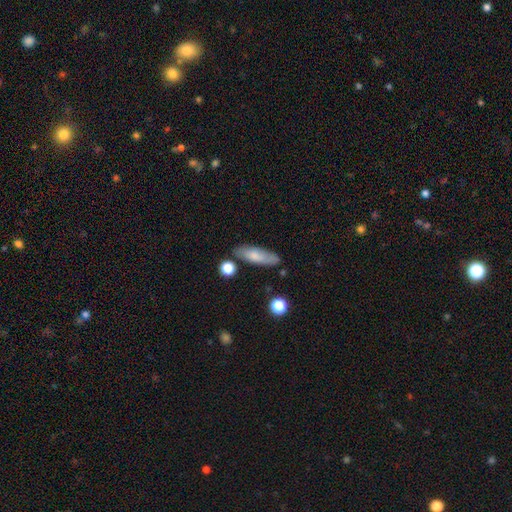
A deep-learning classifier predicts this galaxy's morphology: A smooth galaxy with no disk features (74%) that is cigar-shaped (50%). Merging: none (77%).